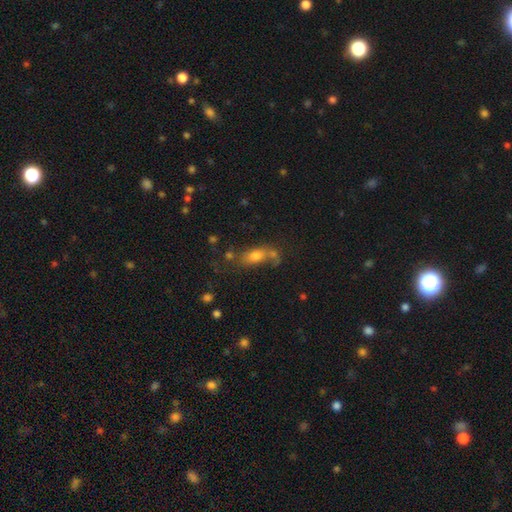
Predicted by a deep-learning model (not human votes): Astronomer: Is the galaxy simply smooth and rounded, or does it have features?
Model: smooth — 66%.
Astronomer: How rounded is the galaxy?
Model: in between — 75%.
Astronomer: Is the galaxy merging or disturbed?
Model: none — 43% (runner-up: merger, 24%).